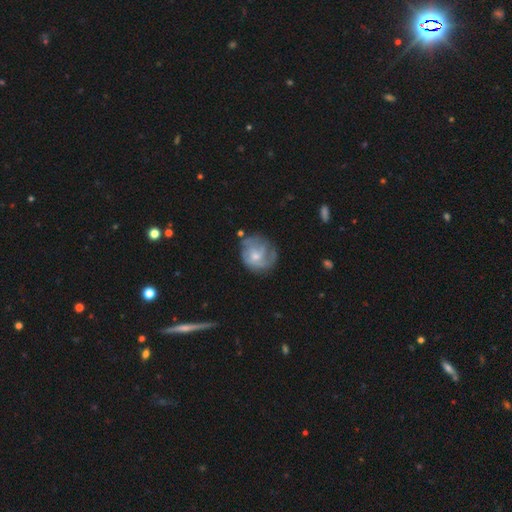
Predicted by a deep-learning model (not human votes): Smooth or featured? featured or disk (64%)
Edge-on disk? no (98%)
Bar? no (72%)
Spiral arms? yes (77%)
Bulge size? small (57%)
Merging? none (57%)